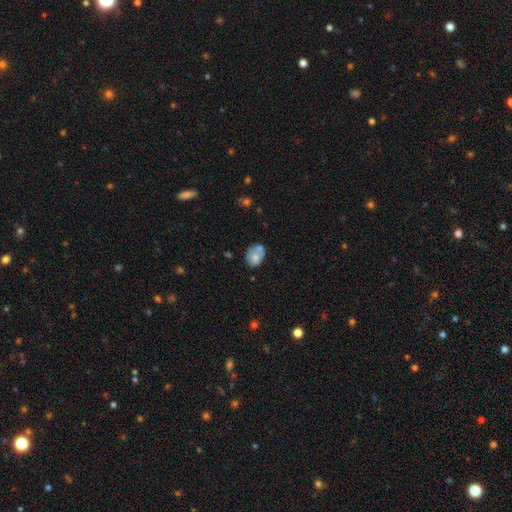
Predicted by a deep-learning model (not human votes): smooth-or-featured: smooth: 64% | featured or disk: 28% | star or artifact: 8%
  how-rounded: in between: 58% | round: 41% | cigar-shaped: 1%
  merging: none: 39% | merger: 30% | minor disturbance: 21% | major disturbance: 9%